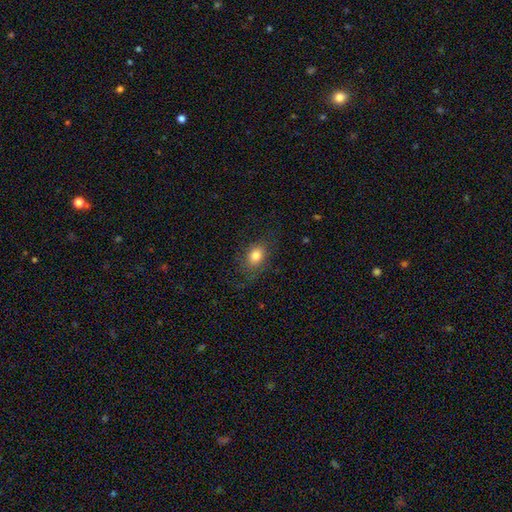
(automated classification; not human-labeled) smooth-or-featured: smooth: 80% | featured or disk: 10% | star or artifact: 10%
  how-rounded: in between: 69% | round: 30% | cigar-shaped: 2%
  merging: none: 77% | minor disturbance: 15% | major disturbance: 7% | merger: 1%